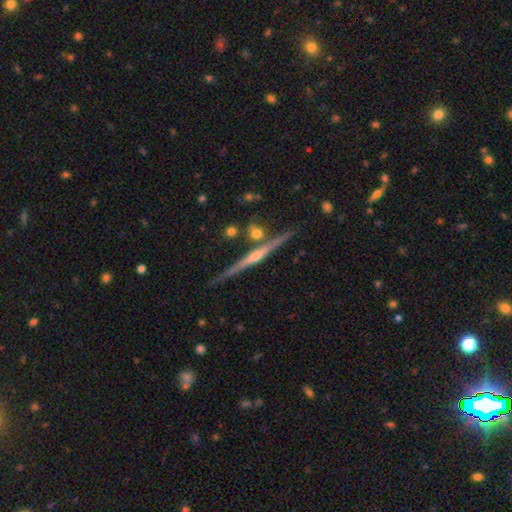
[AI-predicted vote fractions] Q: Smooth or featured?
A: featured or disk (79%); runner-up: smooth (14%)
Q: Edge-on disk?
A: yes (98%); runner-up: no (2%)
Q: Edge-on bulge?
A: rounded (72%); runner-up: none (21%)
Q: Merging?
A: none (81%); runner-up: minor disturbance (10%)